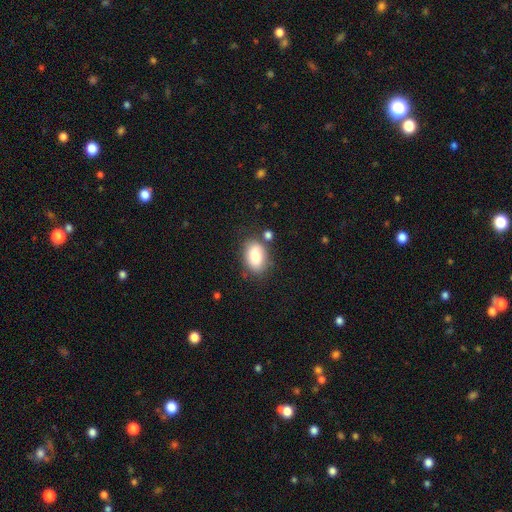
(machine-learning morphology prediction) Smooth or featured?
  - smooth: 81% *
  - featured or disk: 12%
  - star or artifact: 8%
How rounded?
  - in between: 87% *
  - round: 11%
  - cigar-shaped: 2%
Merging?
  - none: 72% *
  - minor disturbance: 16%
  - merger: 7%
  - major disturbance: 4%